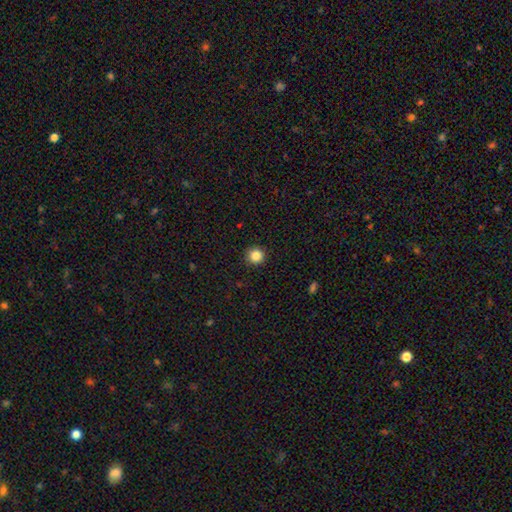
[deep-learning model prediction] Smooth or featured: smooth — 86% (star or artifact — 10%)
How rounded: round — 95% (in between — 4%)
Merging: none — 92% (minor disturbance — 5%)